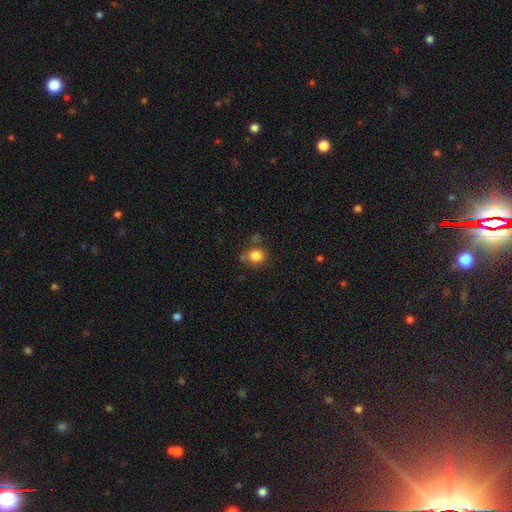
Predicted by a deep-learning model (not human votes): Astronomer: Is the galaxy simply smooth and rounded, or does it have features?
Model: smooth — 84%.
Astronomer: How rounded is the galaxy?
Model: round — 77%.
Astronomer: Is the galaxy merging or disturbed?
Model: none — 67%.